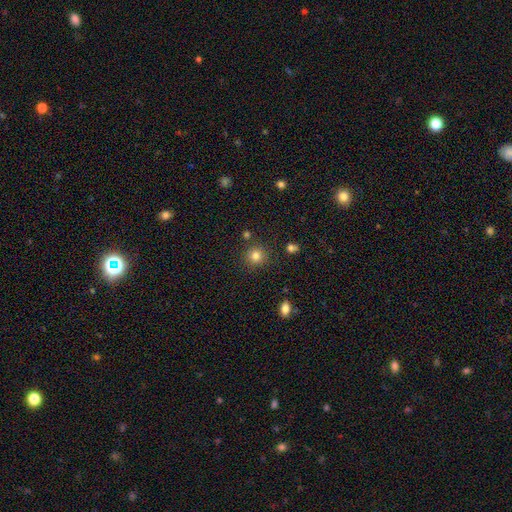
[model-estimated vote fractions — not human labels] Smooth or featured: smooth — 81% (star or artifact — 13%)
How rounded: round — 92% (in between — 7%)
Merging: none — 87% (minor disturbance — 7%)